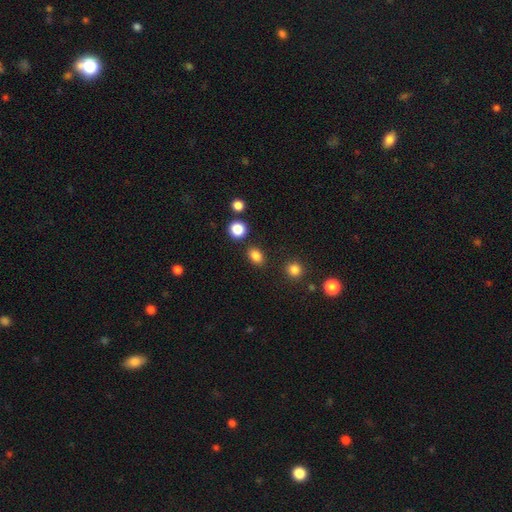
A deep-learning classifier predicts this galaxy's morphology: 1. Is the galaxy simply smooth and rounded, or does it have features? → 84% smooth, 12% star or artifact, 4% featured or disk.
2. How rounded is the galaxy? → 68% in between, 31% round, 1% cigar-shaped.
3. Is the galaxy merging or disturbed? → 84% none, 9% minor disturbance, 4% merger, 3% major disturbance.